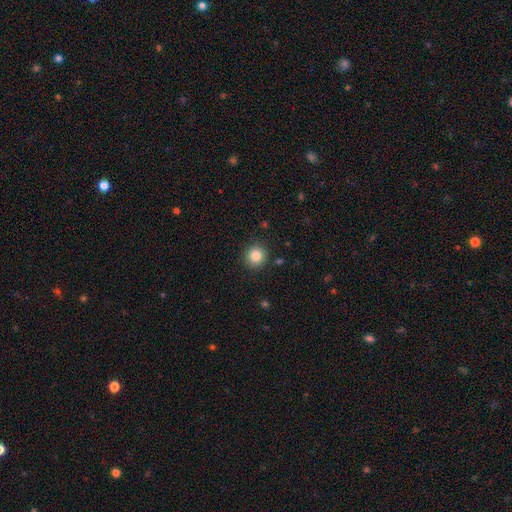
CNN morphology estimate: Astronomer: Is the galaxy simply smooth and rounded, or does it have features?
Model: smooth — 85%.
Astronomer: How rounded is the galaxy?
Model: round — 93%.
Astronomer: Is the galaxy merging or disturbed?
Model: none — 90%.